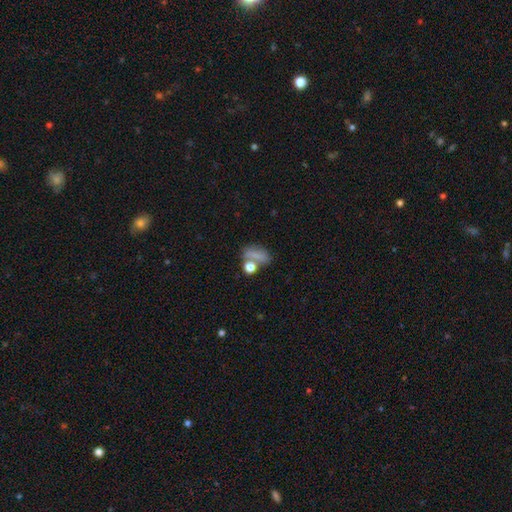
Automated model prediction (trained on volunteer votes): Smooth or featured: smooth — 71% (star or artifact — 16%)
How rounded: in between — 60% (round — 30%)
Merging: none — 47% (merger — 25%)